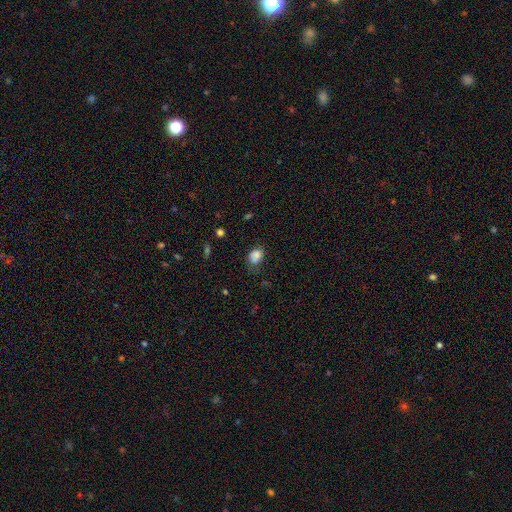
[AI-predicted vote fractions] Q: Smooth or featured?
A: smooth (79%); runner-up: star or artifact (11%)
Q: How rounded?
A: in between (55%); runner-up: round (44%)
Q: Merging?
A: none (47%); runner-up: minor disturbance (31%)